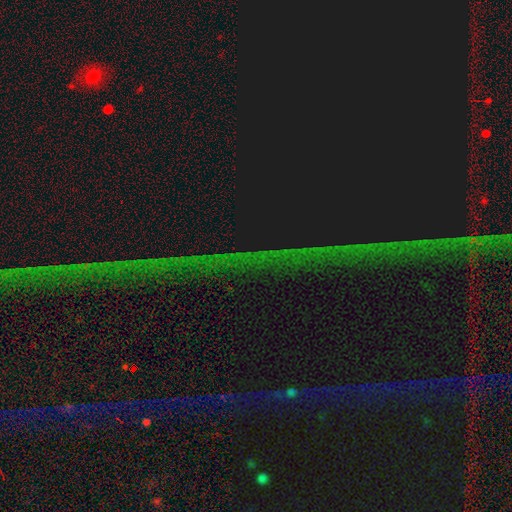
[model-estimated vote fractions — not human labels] smooth_or_featured: star or artifact (p=0.85) [alt: featured or disk p=0.09]